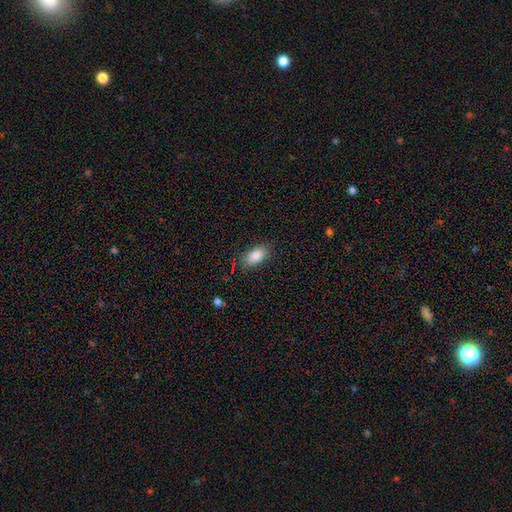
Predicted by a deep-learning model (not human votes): Smooth or featured: smooth — 86% (star or artifact — 8%)
How rounded: in between — 90% (cigar-shaped — 6%)
Merging: none — 83% (minor disturbance — 12%)